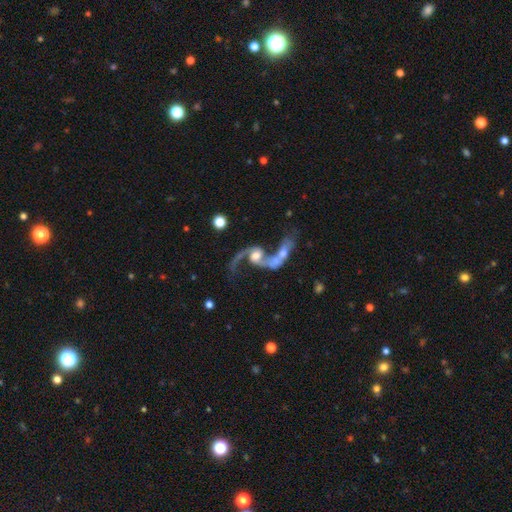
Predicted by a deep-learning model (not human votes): Q: Smooth or featured?
A: featured or disk (79%); runner-up: smooth (13%)
Q: Edge-on disk?
A: no (95%); runner-up: yes (5%)
Q: Bar?
A: no (61%); runner-up: weak (30%)
Q: Spiral arms?
A: yes (88%); runner-up: no (12%)
Q: Spiral winding?
A: loose (85%); runner-up: medium (12%)
Q: Spiral arm count?
A: 2 (77%); runner-up: 1 (16%)
Q: Bulge size?
A: moderate (50%); runner-up: large (21%)
Q: Merging?
A: merger (67%); runner-up: none (15%)